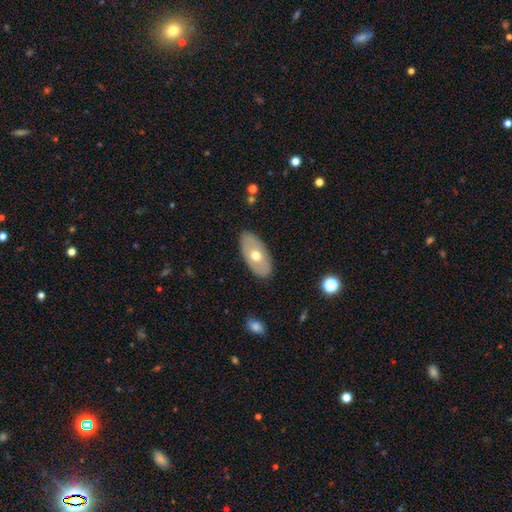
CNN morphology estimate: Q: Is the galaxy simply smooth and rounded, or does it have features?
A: smooth — 52%.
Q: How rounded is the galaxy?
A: in between — 92%.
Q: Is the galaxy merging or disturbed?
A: none — 86%.